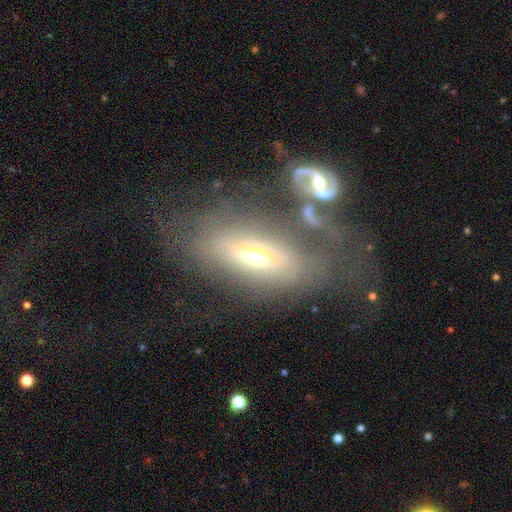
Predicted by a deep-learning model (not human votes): smooth_or_featured: featured or disk (p=0.56) [alt: smooth p=0.33]
disk_edge_on: no (p=0.79) [alt: yes p=0.21]
merging: none (p=0.40) [alt: major disturbance p=0.21]